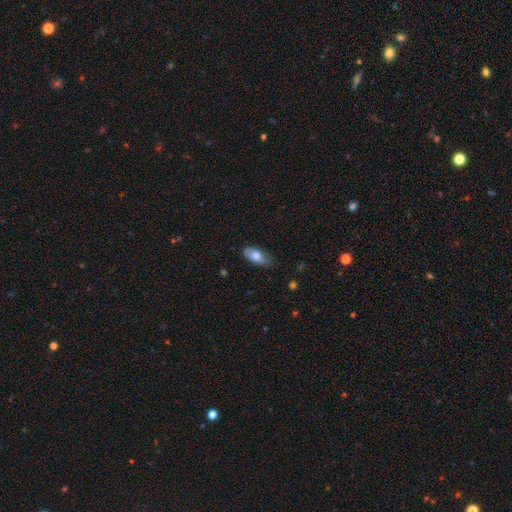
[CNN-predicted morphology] Smooth or featured? Predicted: smooth (p=0.76). How rounded? Predicted: in between (p=0.87). Merging? Predicted: none (p=0.68).